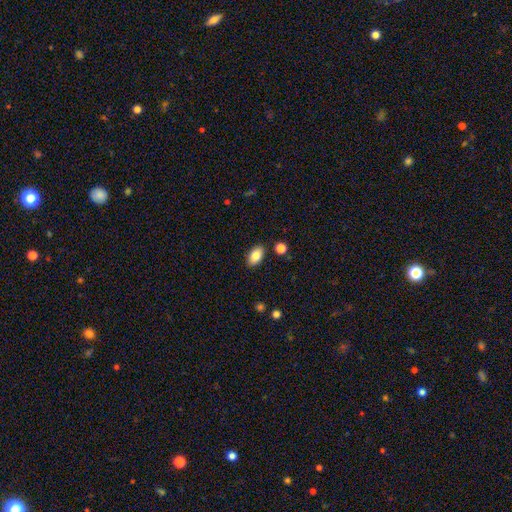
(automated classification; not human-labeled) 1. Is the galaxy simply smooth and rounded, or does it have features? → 84% smooth, 8% featured or disk, 8% star or artifact.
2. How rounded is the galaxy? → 92% in between, 6% round, 2% cigar-shaped.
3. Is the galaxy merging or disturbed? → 87% none, 9% minor disturbance, 2% merger, 2% major disturbance.